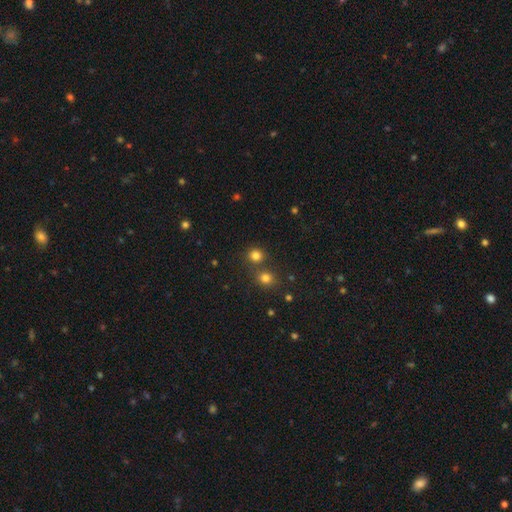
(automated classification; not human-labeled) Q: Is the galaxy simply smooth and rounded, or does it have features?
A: smooth — 79%.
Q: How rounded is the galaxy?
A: round — 89%.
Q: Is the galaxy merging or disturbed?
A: none — 69%.